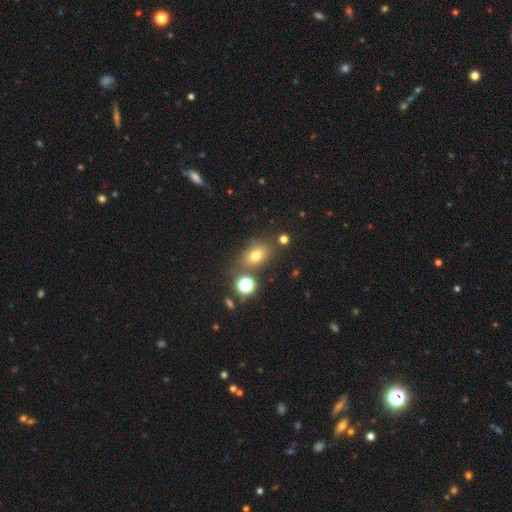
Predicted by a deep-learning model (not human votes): Morphology: type=smooth (70%); roundness=in between (68%); merging=none (74%).